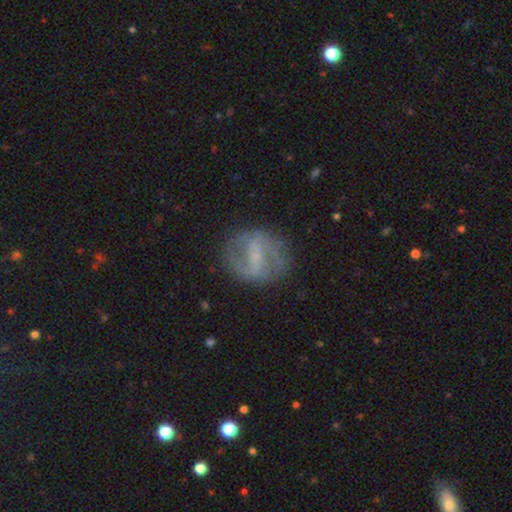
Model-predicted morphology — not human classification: This is likely a featured or disk galaxy (75%). It is clearly not viewed edge-on (96%). Bar: possibly strong (51%). Spiral arm pattern: clearly yes (82%). Spiral arm count: clearly 2 (85%). Spiral winding: marginally medium (44%). Central bulge: marginally small (40%, tied with none). Merging: likely none (78%).